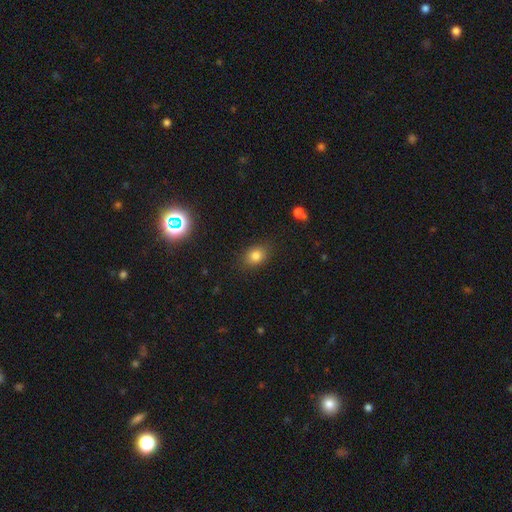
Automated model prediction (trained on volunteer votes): Smooth or featured: smooth — 79% (star or artifact — 14%)
How rounded: in between — 54% (round — 44%)
Merging: none — 84% (minor disturbance — 11%)